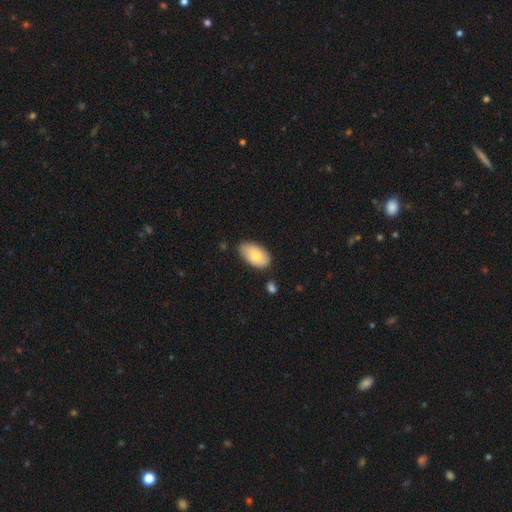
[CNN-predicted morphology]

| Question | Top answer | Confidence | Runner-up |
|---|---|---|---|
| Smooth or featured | smooth | 76% | featured or disk (18%) |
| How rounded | in between | 94% | round (4%) |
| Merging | none | 69% | minor disturbance (25%) |